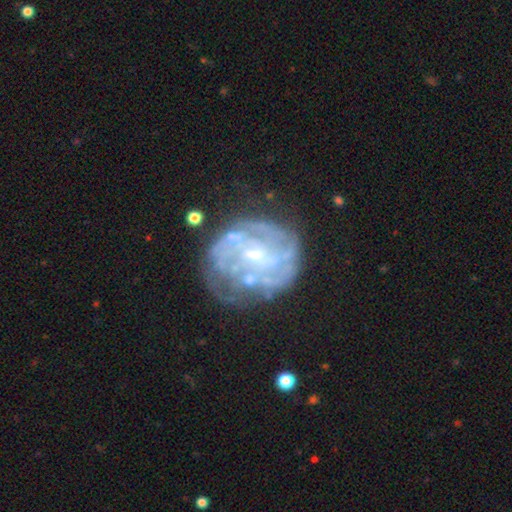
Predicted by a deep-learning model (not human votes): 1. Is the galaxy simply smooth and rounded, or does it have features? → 79% featured or disk, 13% smooth, 8% star or artifact.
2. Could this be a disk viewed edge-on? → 98% no, 2% yes.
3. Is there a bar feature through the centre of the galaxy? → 53% no, 37% weak, 10% strong.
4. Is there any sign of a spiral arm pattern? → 73% yes, 27% no.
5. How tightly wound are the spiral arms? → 57% tight, 31% medium, 12% loose.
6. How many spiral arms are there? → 48% can't tell, 17% 2, 14% 3, 10% 4, 6% more than 4, 5% 1.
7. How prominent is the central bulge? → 65% small, 24% moderate, 9% none, 2% large, 1% dominant.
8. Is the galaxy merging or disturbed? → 60% none, 21% minor disturbance, 14% major disturbance, 5% merger.